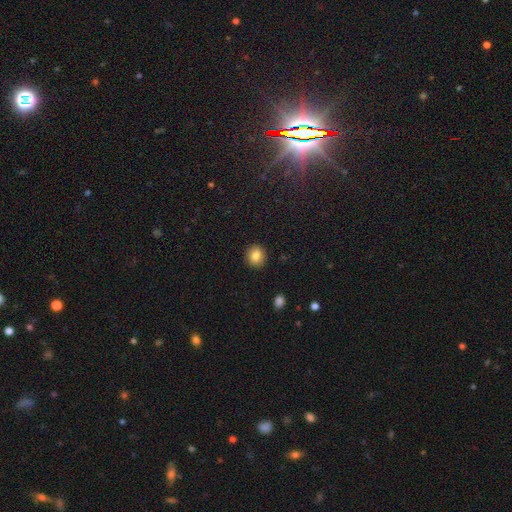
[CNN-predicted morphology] This is clearly a smooth galaxy (84%). How rounded: clearly round (87%). Merging: clearly none (91%).